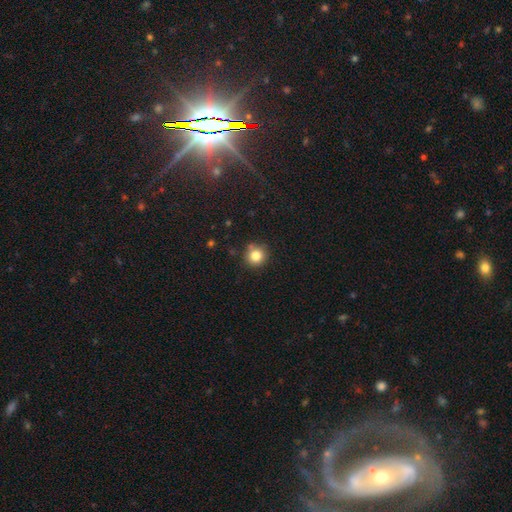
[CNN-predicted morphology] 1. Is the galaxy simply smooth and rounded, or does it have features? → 82% smooth, 12% star or artifact, 7% featured or disk.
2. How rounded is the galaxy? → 92% round, 7% in between, 1% cigar-shaped.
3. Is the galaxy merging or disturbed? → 80% none, 12% minor disturbance, 6% merger, 3% major disturbance.